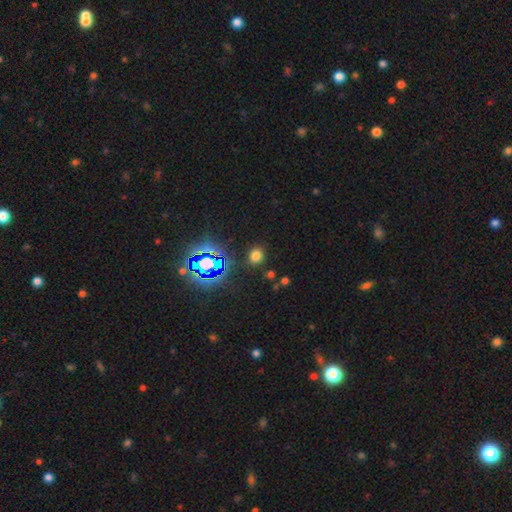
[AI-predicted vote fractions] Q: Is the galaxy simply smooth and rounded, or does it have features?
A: smooth — 65%.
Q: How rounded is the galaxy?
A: round — 75%.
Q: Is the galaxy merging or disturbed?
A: none — 86%.